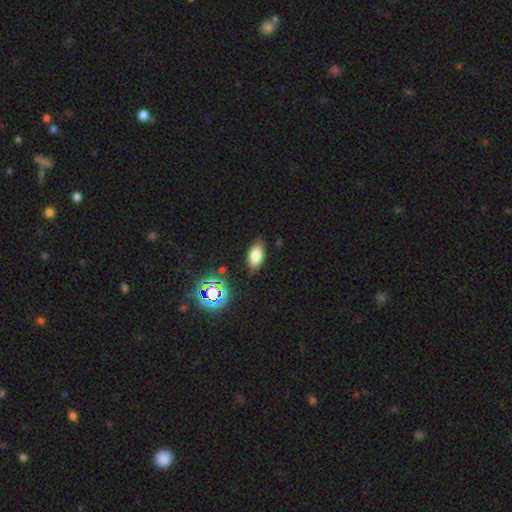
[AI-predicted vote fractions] smooth 74%, star or artifact 13%, featured or disk 12%. Down the decision tree: how rounded — in between (88%); merging — none (84%).